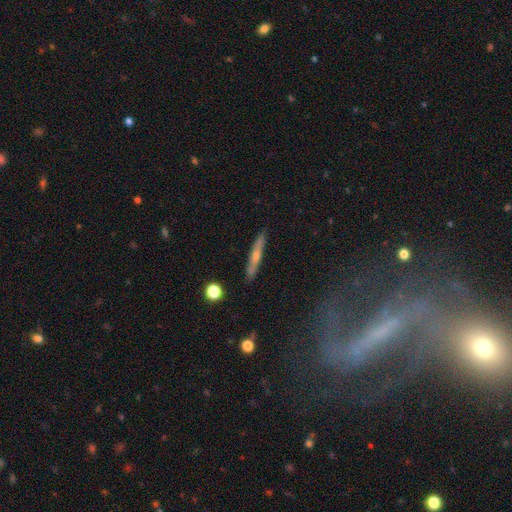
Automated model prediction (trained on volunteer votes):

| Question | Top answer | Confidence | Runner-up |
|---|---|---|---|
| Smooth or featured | featured or disk | 55% | smooth (37%) |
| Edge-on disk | yes | 92% | no (8%) |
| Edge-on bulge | rounded | 74% | none (23%) |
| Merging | none | 89% | minor disturbance (8%) |